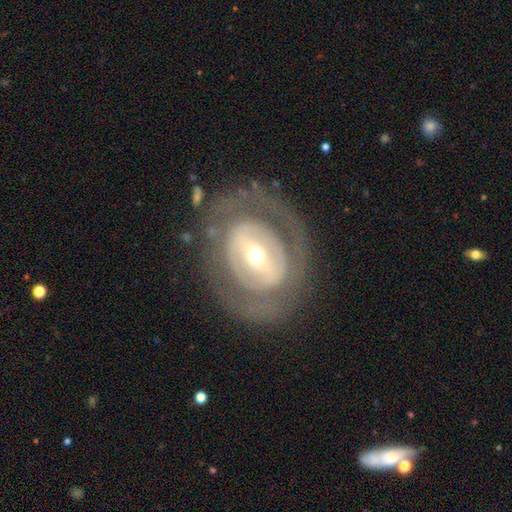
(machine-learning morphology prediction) Smooth or featured?
  - featured or disk: 74% *
  - smooth: 20%
  - star or artifact: 6%
Edge-on disk?
  - no: 94% *
  - yes: 6%
Bar?
  - strong: 35% *
  - no: 33%
  - weak: 32%
Spiral arms?
  - no: 60% *
  - yes: 40%
Bulge size?
  - small: 49% *
  - moderate: 45%
  - large: 4%
  - dominant: 1%
  - none: 1%
Merging?
  - none: 75% *
  - minor disturbance: 13%
  - major disturbance: 11%
  - merger: 1%